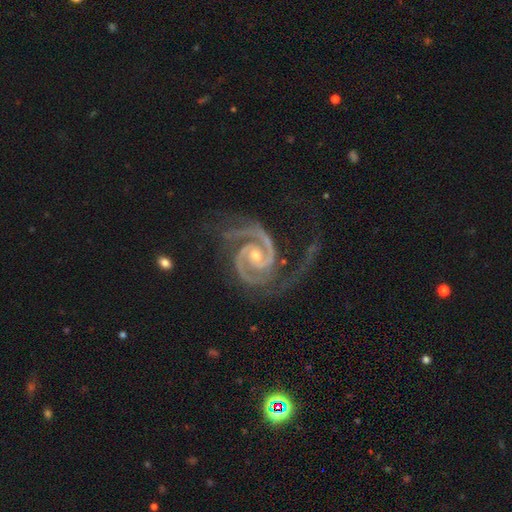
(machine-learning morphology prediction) Smooth or featured? featured or disk (94%)
Edge-on disk? no (98%)
Bar? no (54%)
Spiral arms? yes (99%)
Spiral winding? tight (53%)
Spiral arm count? 2 (89%)
Bulge size? small (53%)
Merging? none (59%)